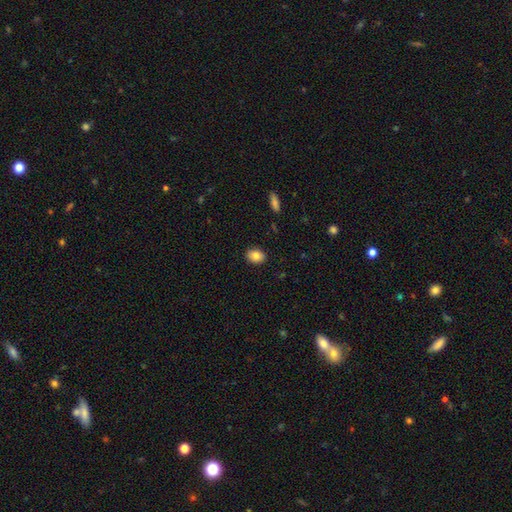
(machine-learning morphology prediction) Smooth or featured: smooth — 83% (featured or disk — 8%)
How rounded: in between — 65% (round — 33%)
Merging: none — 89% (minor disturbance — 8%)